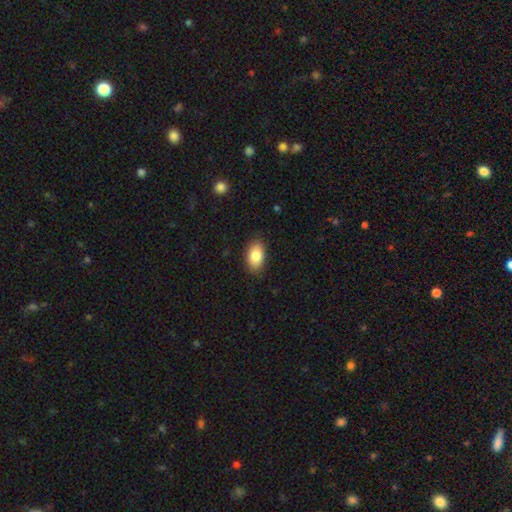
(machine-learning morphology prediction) Smooth or featured: smooth — 85% (featured or disk — 8%)
How rounded: in between — 93% (round — 5%)
Merging: none — 86% (minor disturbance — 10%)